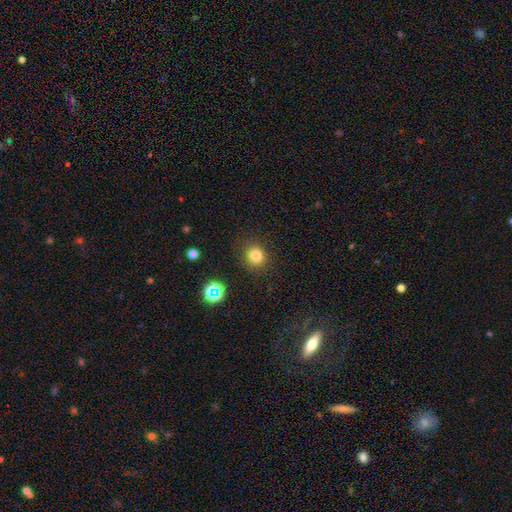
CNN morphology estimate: A smooth galaxy with no disk features (79%) that is round (86%). Merging: none (88%).